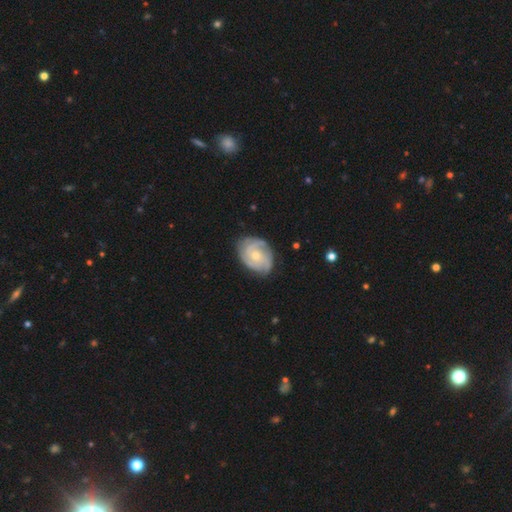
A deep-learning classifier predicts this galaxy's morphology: A featured or disk galaxy (83%) with no bar (73%), 3 (43%) tight (61%) spiral arms (96%) and a small central bulge (51%). Merging: none (75%).